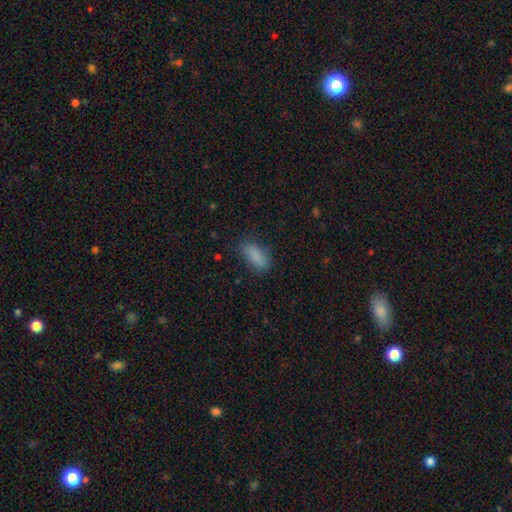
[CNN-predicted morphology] Smooth or featured? smooth (85%)
How rounded? in between (83%)
Merging? none (72%)